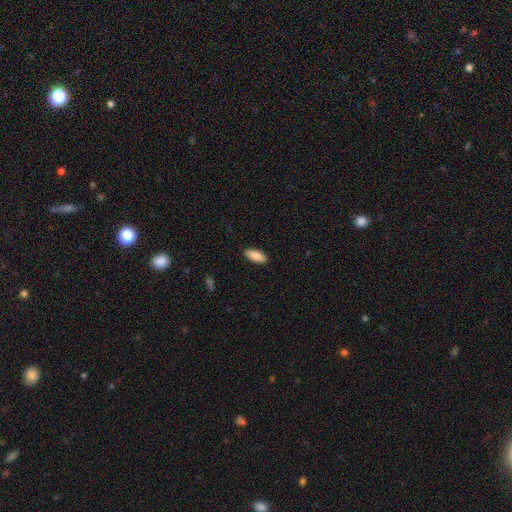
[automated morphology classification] smooth 88%, featured or disk 6%, star or artifact 6%. Down the decision tree: how rounded — in between (82%); merging — none (89%).